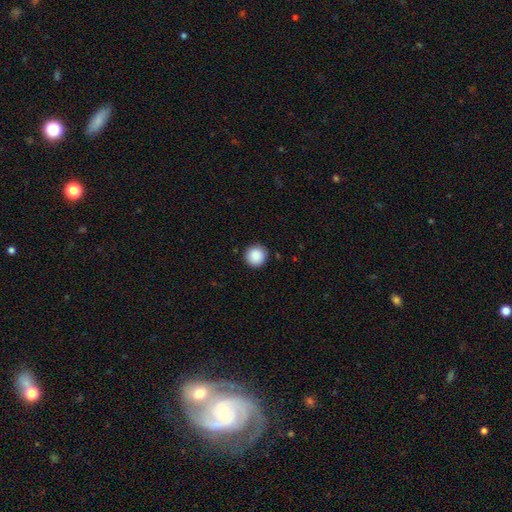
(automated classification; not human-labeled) smooth-or-featured: smooth: 89% | star or artifact: 8% | featured or disk: 3%
  how-rounded: round: 95% | in between: 4% | cigar-shaped: 1%
  merging: none: 91% | minor disturbance: 6% | major disturbance: 2% | merger: 1%